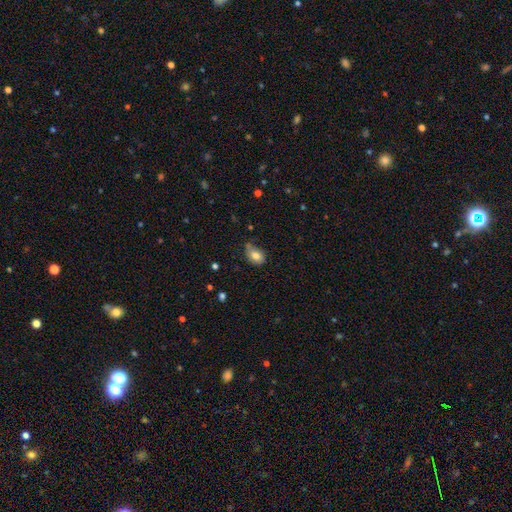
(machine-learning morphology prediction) smooth_or_featured: smooth (p=0.78) [alt: featured or disk p=0.13]
how_rounded: in between (p=0.73) [alt: round p=0.26]
merging: none (p=0.51) [alt: minor disturbance p=0.35]